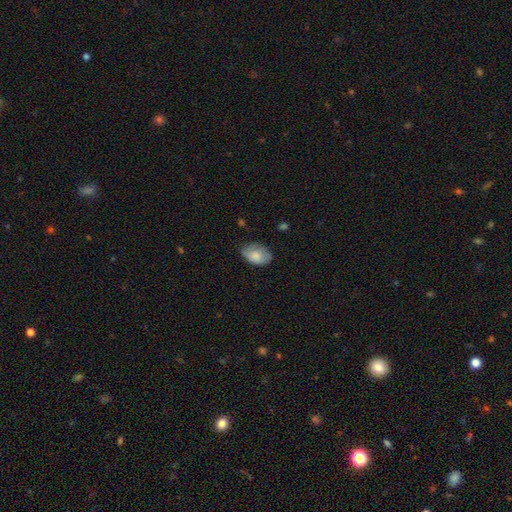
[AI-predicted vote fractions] The model was most divided on "merging": none: 67%, minor disturbance: 26%, major disturbance: 5%, merger: 1%. More confident: how rounded — in between (88%); smooth or featured — smooth (79%).